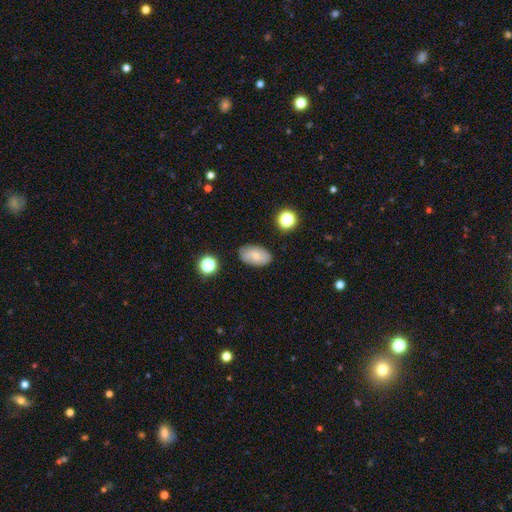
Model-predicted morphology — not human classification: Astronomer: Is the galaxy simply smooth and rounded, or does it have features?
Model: smooth — 67%.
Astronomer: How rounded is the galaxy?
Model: in between — 91%.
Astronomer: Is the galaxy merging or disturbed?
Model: none — 82%.